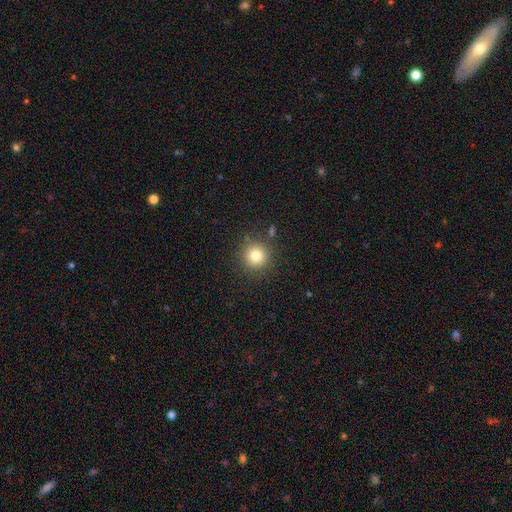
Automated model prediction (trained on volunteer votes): smooth_or_featured: smooth (p=0.80) [alt: star or artifact p=0.13]
how_rounded: round (p=0.95) [alt: in between p=0.04]
merging: none (p=0.87) [alt: minor disturbance p=0.08]